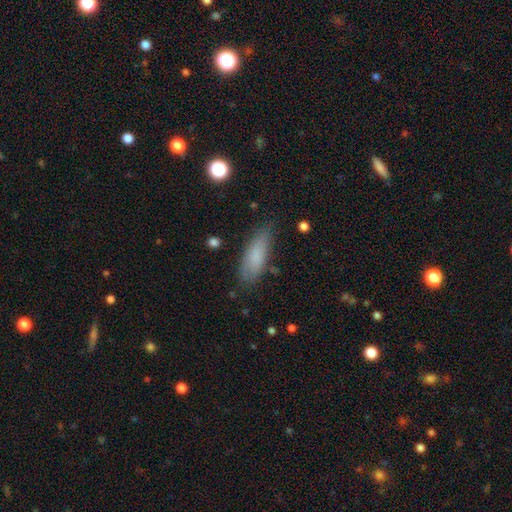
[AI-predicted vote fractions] A smooth galaxy with no disk features (79%) that is in between round and cigar-shaped (58%). Merging: none (78%).